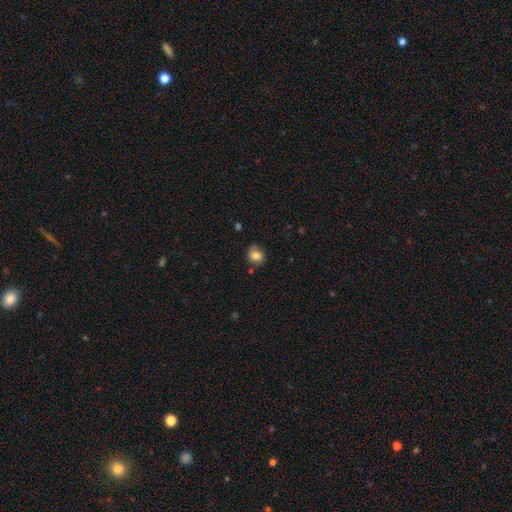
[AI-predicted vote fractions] The model was most divided on "merging": none: 66%, minor disturbance: 24%, major disturbance: 6%, merger: 4%. More confident: smooth or featured — smooth (80%); how rounded — round (72%).